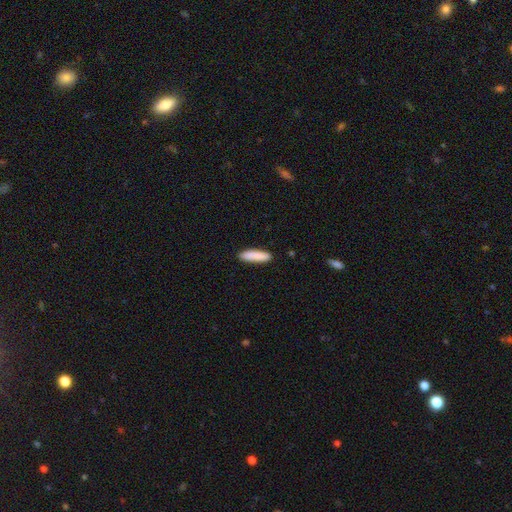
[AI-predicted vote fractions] This is clearly a smooth galaxy (88%). How rounded: likely cigar-shaped (73%). Merging: clearly none (89%).